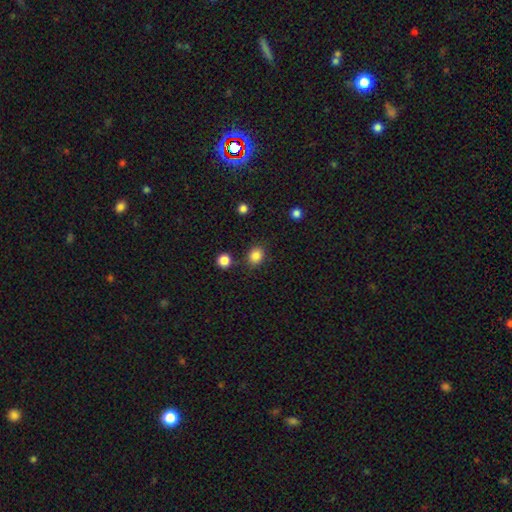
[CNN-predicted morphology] Overall: smooth (85%). How rounded: round (63%; in between 36%). Merging: none (81%).